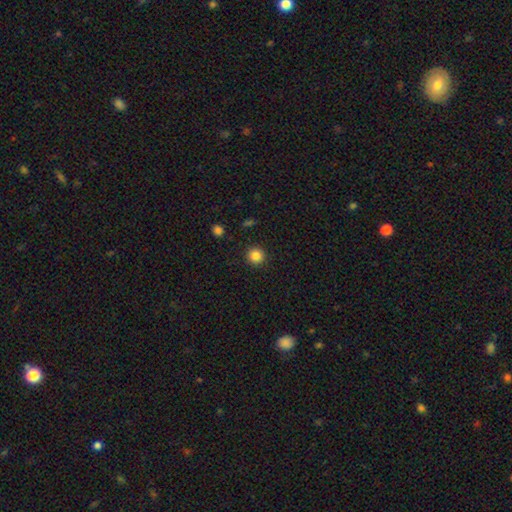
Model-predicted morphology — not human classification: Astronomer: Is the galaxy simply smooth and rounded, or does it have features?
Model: smooth — 85%.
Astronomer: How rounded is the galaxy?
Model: round — 94%.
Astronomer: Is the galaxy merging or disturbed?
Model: none — 92%.